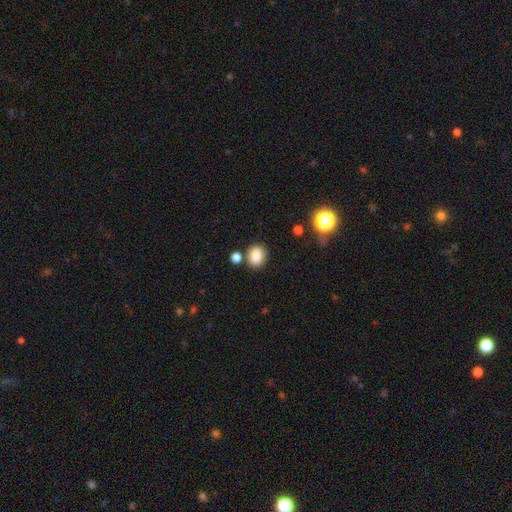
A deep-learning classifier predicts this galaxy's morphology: Overall: smooth (84%). How rounded: round (58%; in between 41%). Merging: none (76%).